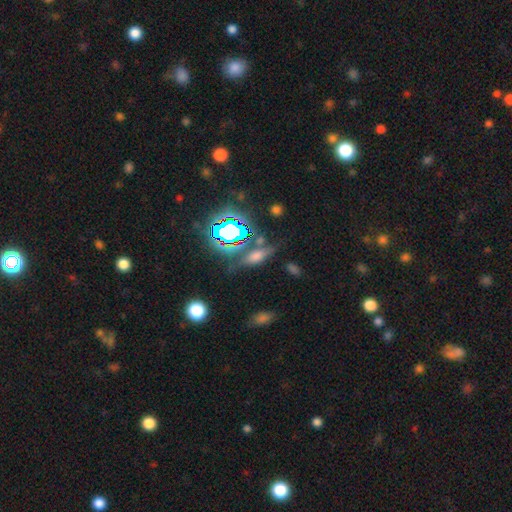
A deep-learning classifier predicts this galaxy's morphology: This is marginally a smooth galaxy (42%). Merging: likely none (66%).